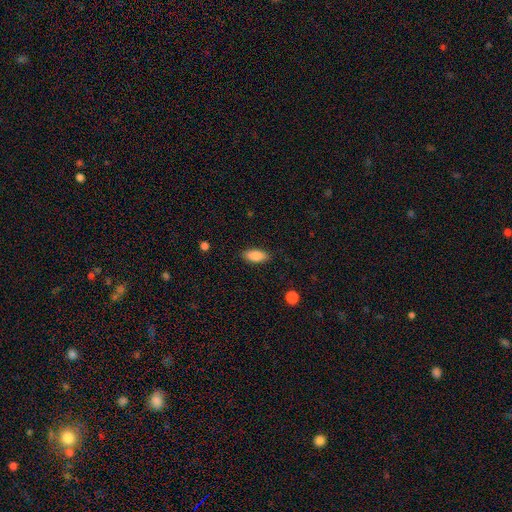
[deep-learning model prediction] A smooth galaxy with no disk features (86%) that is in between round and cigar-shaped (84%).

Vote fractions:
- Smooth or featured? smooth: 86% / featured or disk: 7% / star or artifact: 7%
- How rounded? in between: 84% / cigar-shaped: 14% / round: 2%
- Merging? none: 87% / minor disturbance: 10% / major disturbance: 2% / merger: 1%